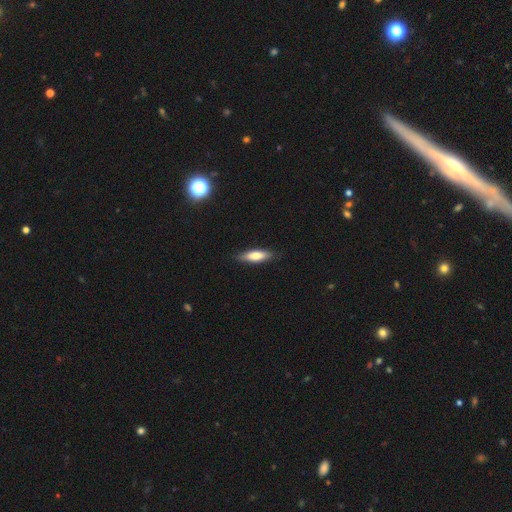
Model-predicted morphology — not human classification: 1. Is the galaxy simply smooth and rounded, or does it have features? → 73% smooth, 21% featured or disk, 6% star or artifact.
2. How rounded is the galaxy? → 53% cigar-shaped, 45% in between, 2% round.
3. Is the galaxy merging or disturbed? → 84% none, 12% minor disturbance, 2% major disturbance, 1% merger.